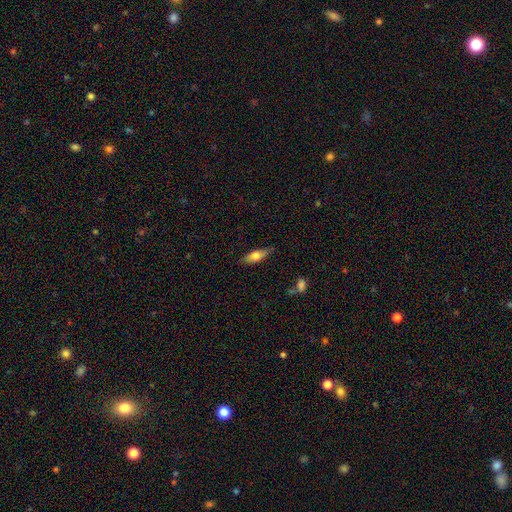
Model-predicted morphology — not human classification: Smooth or featured? Predicted: smooth (p=0.68). How rounded? Predicted: in between (p=0.64). Merging? Predicted: none (p=0.76).